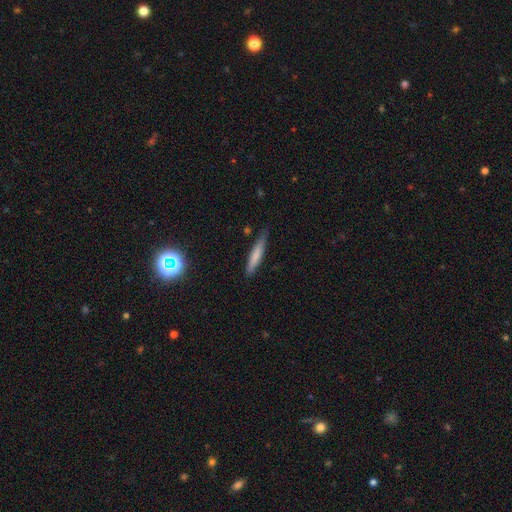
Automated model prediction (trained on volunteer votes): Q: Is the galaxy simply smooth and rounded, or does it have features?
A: smooth — 70%.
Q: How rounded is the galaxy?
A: cigar-shaped — 90%.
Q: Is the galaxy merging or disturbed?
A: none — 79%.